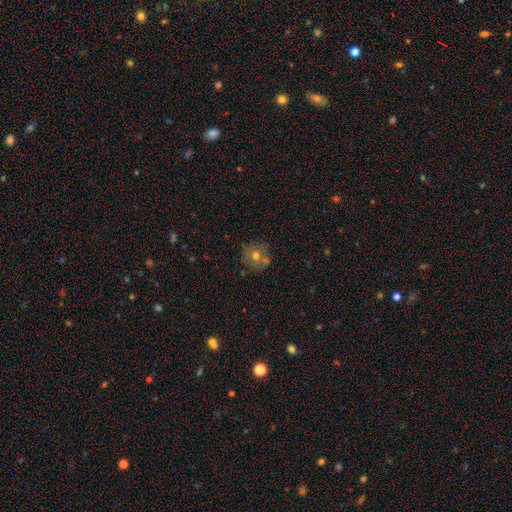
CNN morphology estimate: Smooth or featured: smooth — 61% (featured or disk — 26%)
How rounded: round — 87% (in between — 12%)
Merging: none — 61% (merger — 19%)